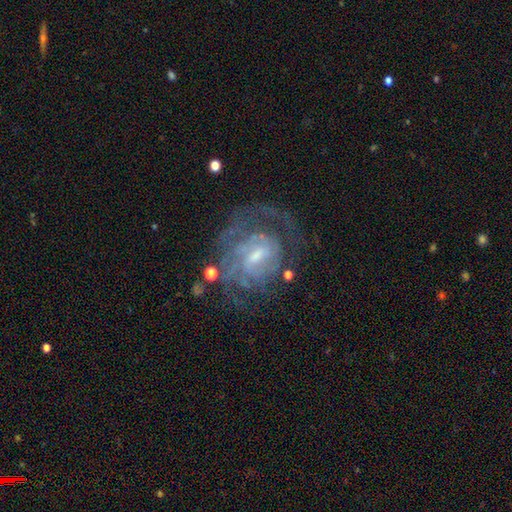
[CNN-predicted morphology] The model was most divided on "bulge size": small: 48%, moderate: 38%, none: 9%, large: 4%, dominant: 1%. Remaining: edge-on disk — no (97%); spiral arms — yes (84%); smooth or featured — featured or disk (81%); bar — weak (55%); merging — none (55%); spiral winding — tight (53%); spiral arm count — can't tell (48%).